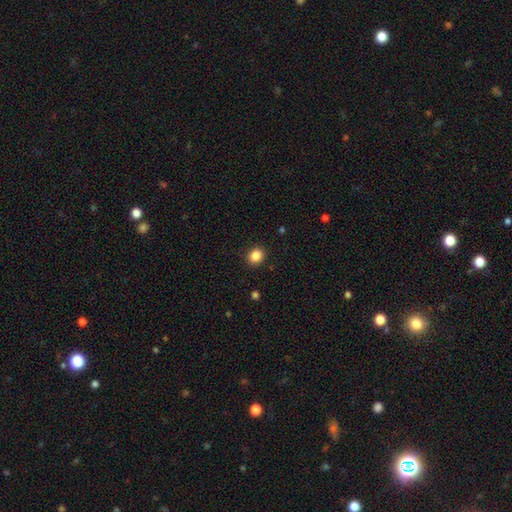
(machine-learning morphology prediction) Smooth or featured: smooth — 86% (star or artifact — 10%)
How rounded: round — 67% (in between — 32%)
Merging: none — 90% (minor disturbance — 6%)